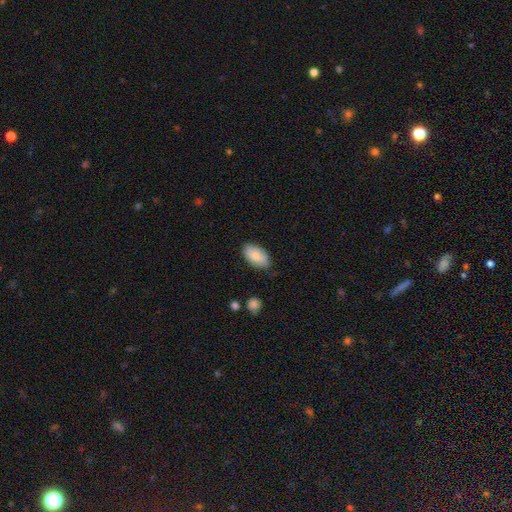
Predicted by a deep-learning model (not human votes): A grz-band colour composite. It shows a smooth galaxy with no disk features (82%) that is in between round and cigar-shaped (95%). Merging: none (76%).